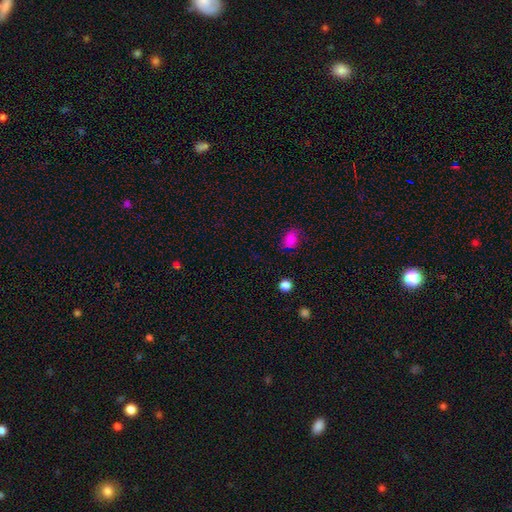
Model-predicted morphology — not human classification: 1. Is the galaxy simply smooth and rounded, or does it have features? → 56% smooth, 38% star or artifact, 7% featured or disk.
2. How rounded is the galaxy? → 69% round, 29% in between, 2% cigar-shaped.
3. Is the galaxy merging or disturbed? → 80% none, 11% minor disturbance, 5% major disturbance, 3% merger.